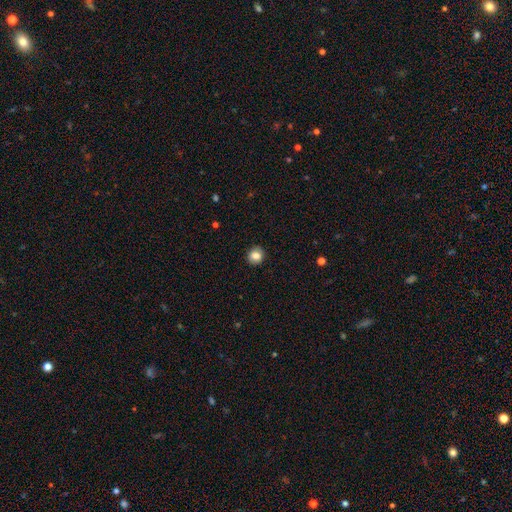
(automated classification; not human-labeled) This appears to be a smooth galaxy with no disk features (82%) that is round (84%). Merging: none (90%).